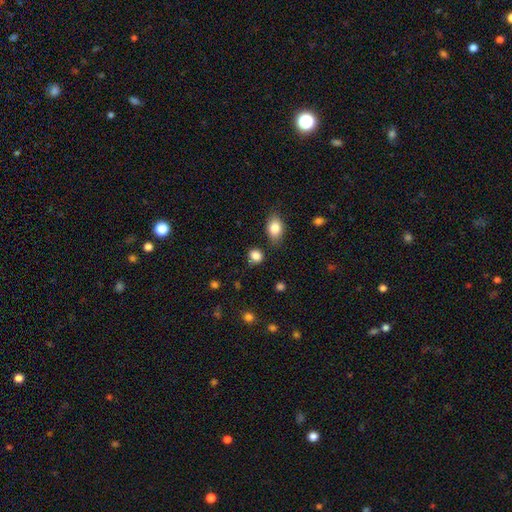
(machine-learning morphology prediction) smooth_or_featured: smooth (p=0.84) [alt: star or artifact p=0.11]
how_rounded: round (p=0.68) [alt: in between p=0.31]
merging: none (p=0.73) [alt: minor disturbance p=0.17]